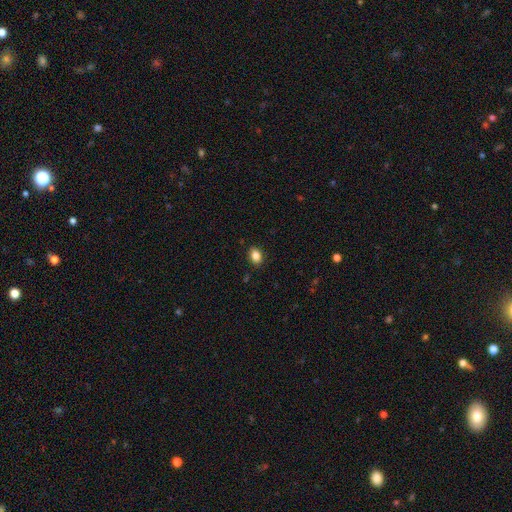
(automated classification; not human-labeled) Smooth or featured? Predicted: smooth (p=0.85). How rounded? Predicted: in between (p=0.70). Merging? Predicted: none (p=0.89).